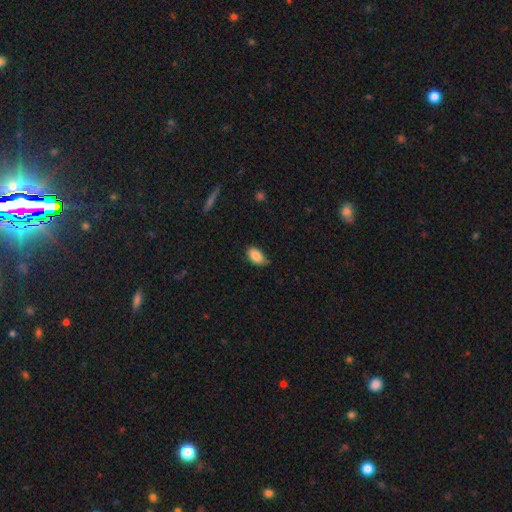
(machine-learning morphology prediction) The model was most divided on "merging": none: 75%, minor disturbance: 21%, major disturbance: 3%, merger: 1%. More confident: how rounded — in between (91%); smooth or featured — smooth (86%).